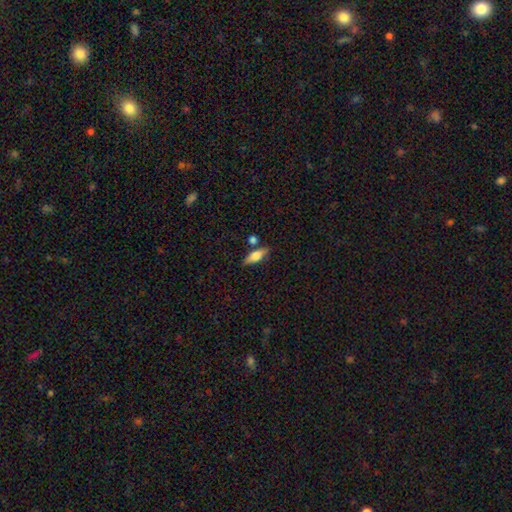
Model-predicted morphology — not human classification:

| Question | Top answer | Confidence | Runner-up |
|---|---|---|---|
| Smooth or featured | smooth | 58% | featured or disk (35%) |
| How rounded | in between | 53% | cigar-shaped (43%) |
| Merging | none | 75% | minor disturbance (12%) |